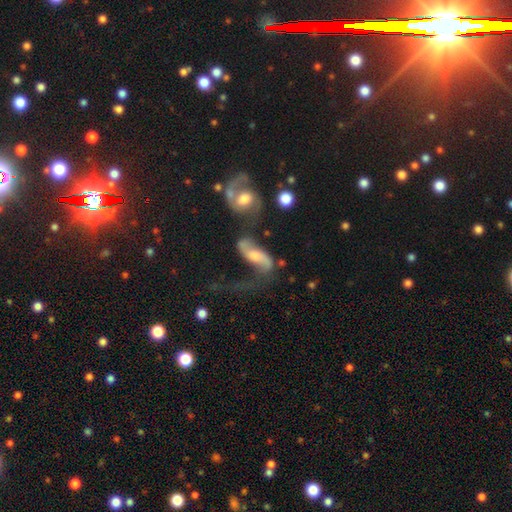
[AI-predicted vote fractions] A featured or disk galaxy (69%) with no bar (44%), 2 (86%) loose (74%) spiral arms (88%) and a moderate central bulge (44%). Merging: merger (31%).